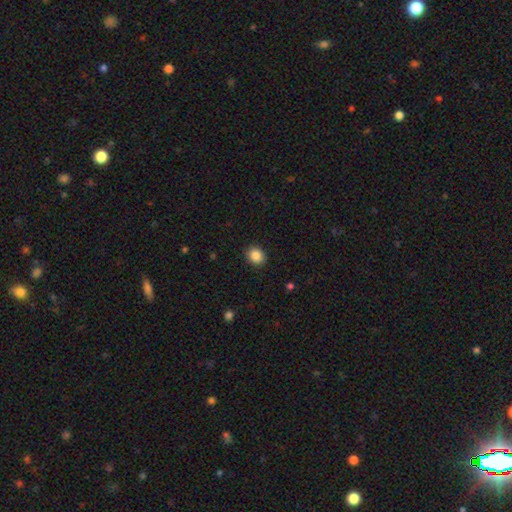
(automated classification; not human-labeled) Overall: smooth (88%). How rounded: round (66%; in between 34%). Merging: none (90%).